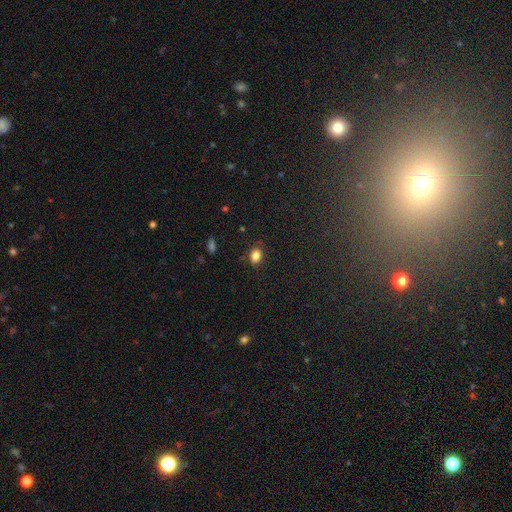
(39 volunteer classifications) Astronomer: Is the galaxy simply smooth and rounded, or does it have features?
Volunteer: smooth — 82%.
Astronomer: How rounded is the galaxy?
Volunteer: in between — 72%.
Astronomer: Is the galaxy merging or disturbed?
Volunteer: none — 66%.